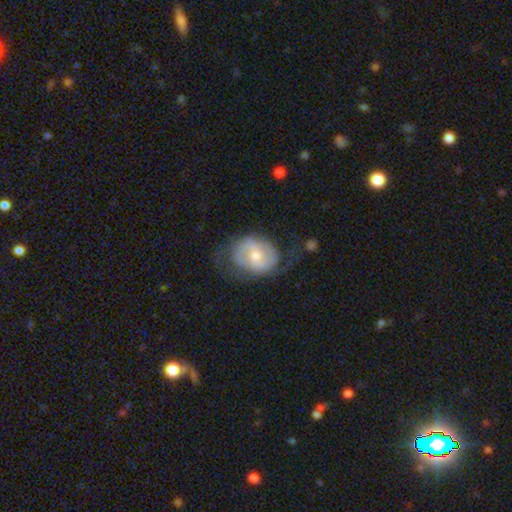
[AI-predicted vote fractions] smooth_or_featured: featured or disk (p=0.64) [alt: smooth p=0.30]
disk_edge_on: no (p=0.97) [alt: yes p=0.03]
bar: no (p=0.53) [alt: weak p=0.38]
has_spiral_arms: yes (p=0.80) [alt: no p=0.20]
bulge_size: moderate (p=0.56) [alt: small p=0.37]
merging: none (p=0.52) [alt: minor disturbance p=0.24]